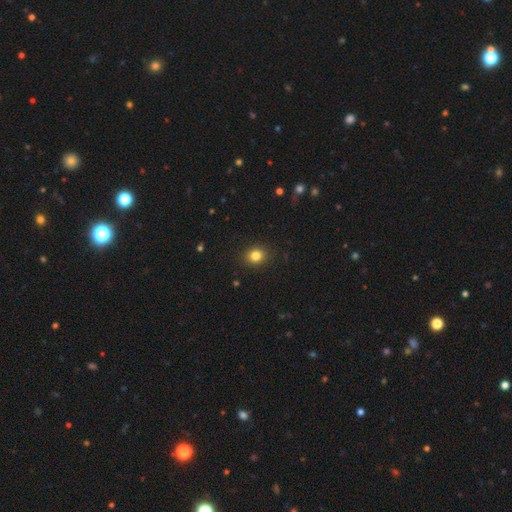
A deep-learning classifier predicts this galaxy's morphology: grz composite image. It shows a smooth galaxy with no disk features (82%) that is round (70%). Merging: none (90%).